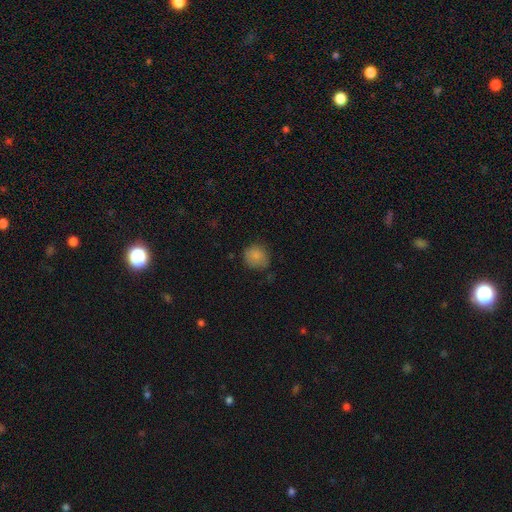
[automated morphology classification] smooth-or-featured: smooth: 82% | star or artifact: 10% | featured or disk: 8%
  how-rounded: round: 82% | in between: 17% | cigar-shaped: 1%
  merging: none: 67% | minor disturbance: 25% | major disturbance: 6% | merger: 2%